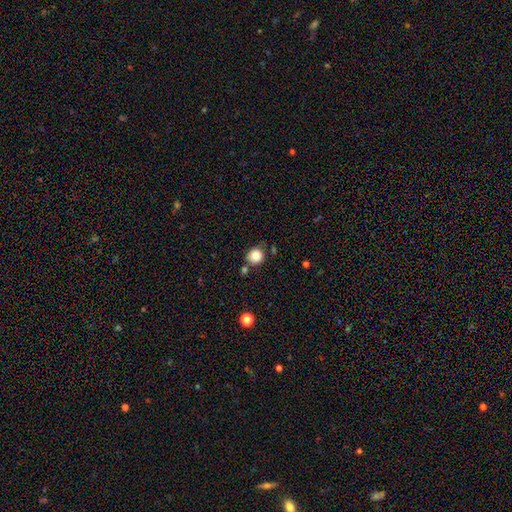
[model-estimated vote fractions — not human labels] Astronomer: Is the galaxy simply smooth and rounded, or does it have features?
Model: smooth — 85%.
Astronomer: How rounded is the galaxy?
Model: round — 89%.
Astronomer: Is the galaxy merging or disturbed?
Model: none — 74%.